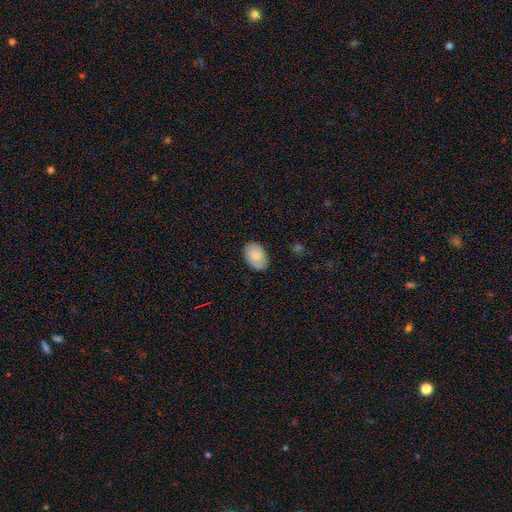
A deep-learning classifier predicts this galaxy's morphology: Q: Smooth or featured?
A: smooth (78%); runner-up: featured or disk (15%)
Q: How rounded?
A: in between (86%); runner-up: round (13%)
Q: Merging?
A: none (85%); runner-up: minor disturbance (12%)